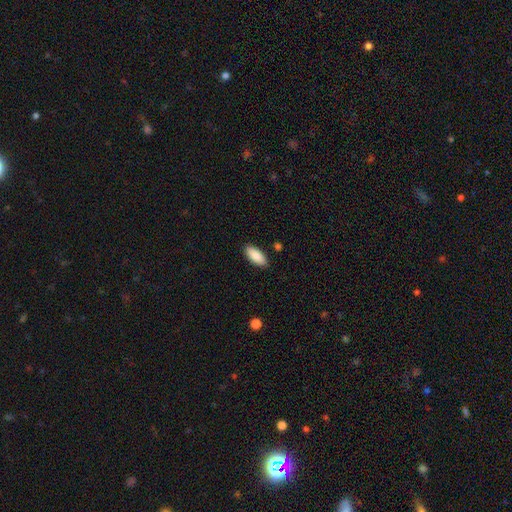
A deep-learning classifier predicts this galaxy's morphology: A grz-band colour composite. It shows a smooth galaxy with no disk features (88%) that is in between round and cigar-shaped (84%). Merging: none (87%).